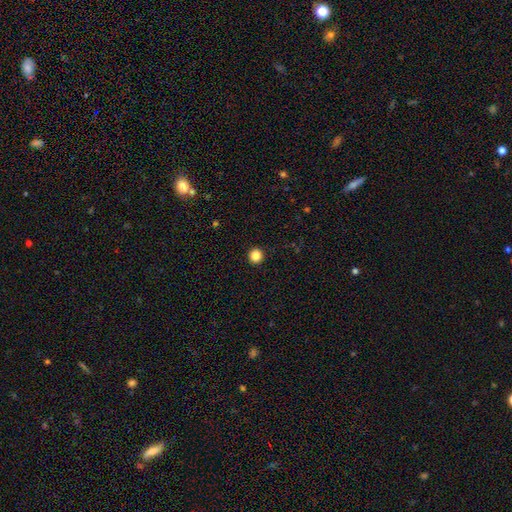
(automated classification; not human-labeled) This is clearly a smooth galaxy (85%). How rounded: clearly round (94%). Merging: clearly none (93%).